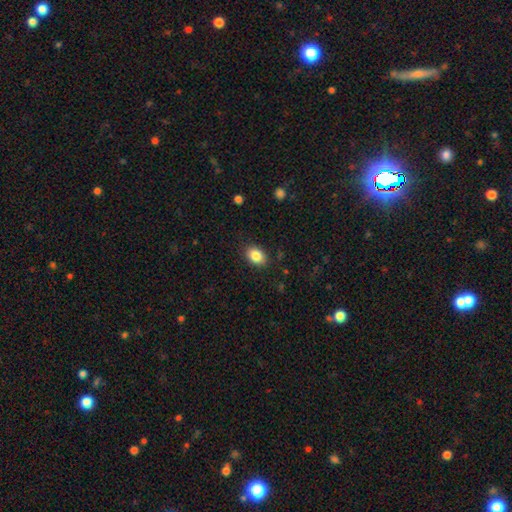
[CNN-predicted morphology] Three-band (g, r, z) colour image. It shows a smooth galaxy with no disk features (86%) that is in between round and cigar-shaped (77%). Merging: none (86%).